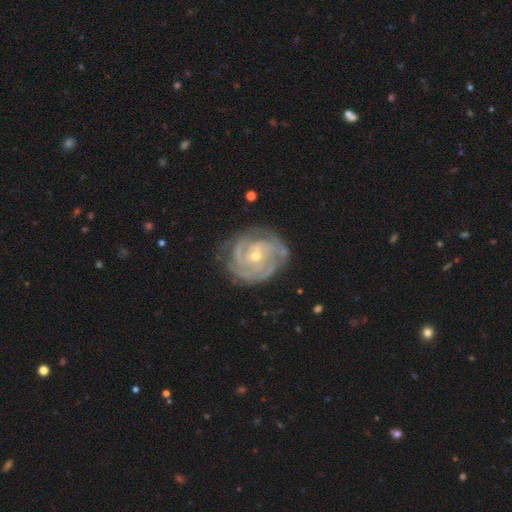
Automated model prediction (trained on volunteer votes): This appears to be a featured or disk galaxy (90%) with no bar (60%), 3 (34%) tight (74%) spiral arms (98%) and a small central bulge (68%). Merging: none (74%).